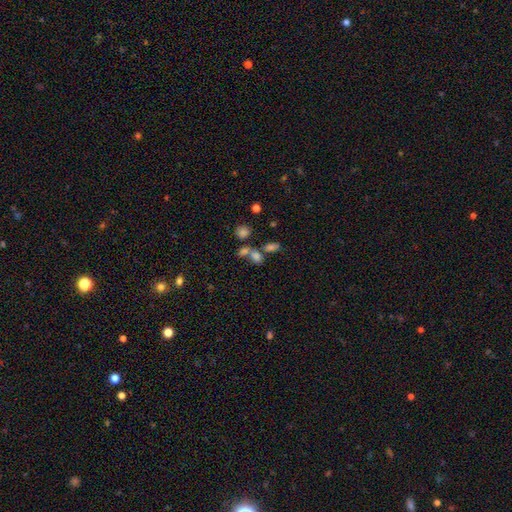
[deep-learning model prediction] A smooth galaxy with no disk features (73%) that is in between round and cigar-shaped (73%). Merging: merger (49%).